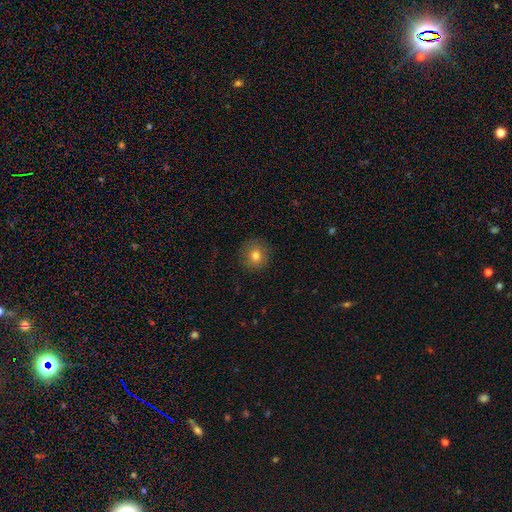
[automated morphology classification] This appears to be a smooth galaxy with no disk features (79%) that is round (90%). Merging: none (89%).